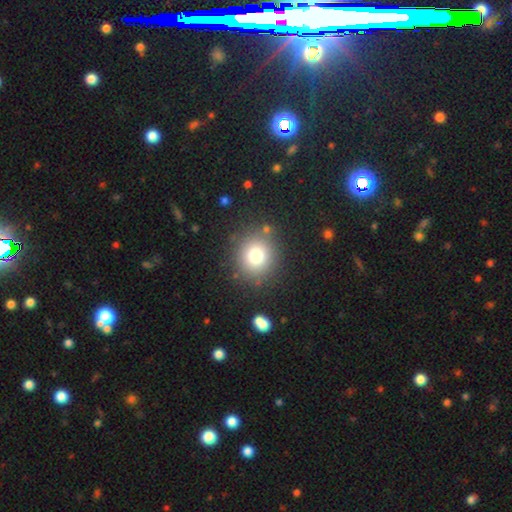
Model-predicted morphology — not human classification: Smooth or featured: smooth — 76% (star or artifact — 14%)
How rounded: round — 86% (in between — 13%)
Merging: none — 84% (minor disturbance — 8%)